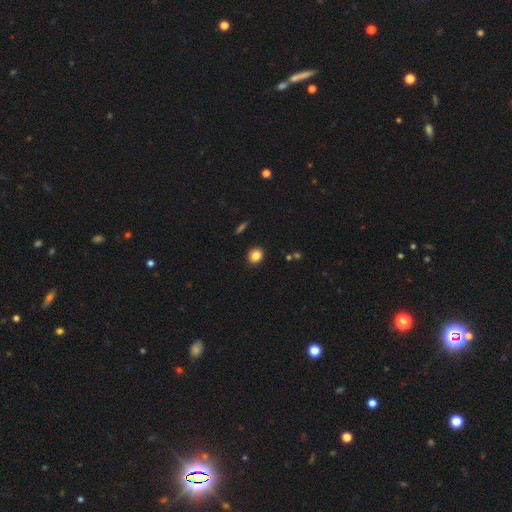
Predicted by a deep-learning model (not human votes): smooth-or-featured: smooth: 85% | star or artifact: 10% | featured or disk: 5%
  how-rounded: round: 66% | in between: 32% | cigar-shaped: 1%
  merging: none: 90% | minor disturbance: 6% | major disturbance: 2% | merger: 1%